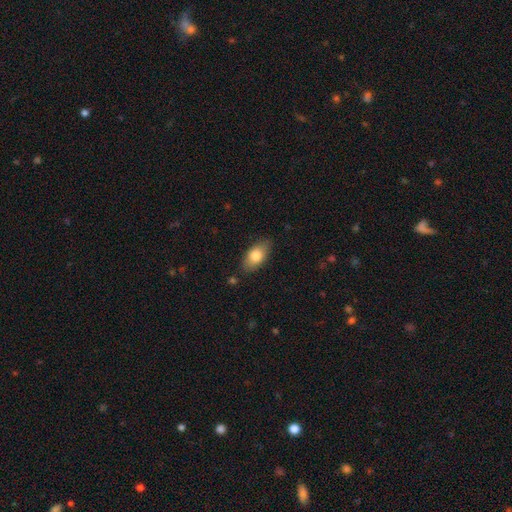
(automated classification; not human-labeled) smooth-or-featured: smooth: 78% | featured or disk: 15% | star or artifact: 7%
  how-rounded: in between: 90% | cigar-shaped: 5% | round: 5%
  merging: none: 83% | minor disturbance: 13% | major disturbance: 3% | merger: 2%